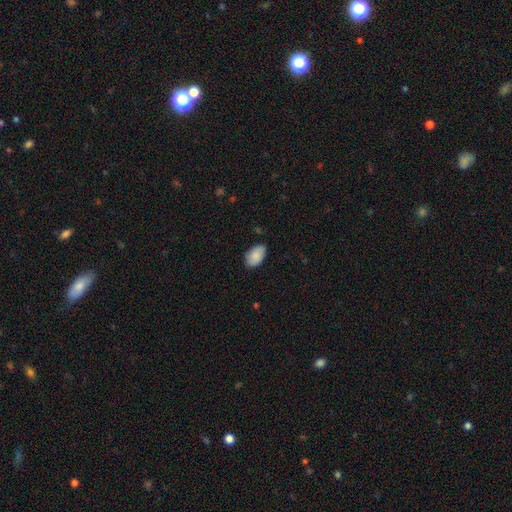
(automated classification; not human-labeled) Morphology: type=smooth (87%); roundness=in between (92%); merging=none (79%).